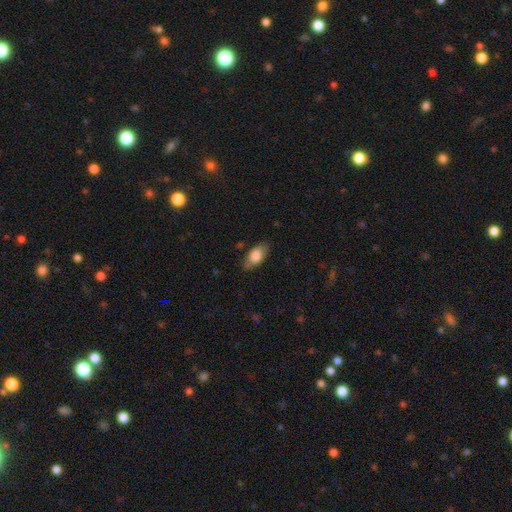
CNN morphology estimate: The model was most divided on "merging": none: 77%, minor disturbance: 18%, major disturbance: 4%, merger: 1%. More confident: how rounded — in between (89%); smooth or featured — smooth (80%).